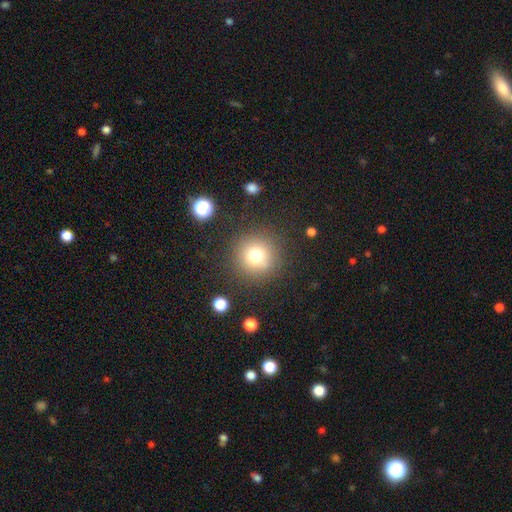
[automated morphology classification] Smooth or featured? Predicted: smooth (p=0.73). How rounded? Predicted: round (p=0.95). Merging? Predicted: none (p=0.87).